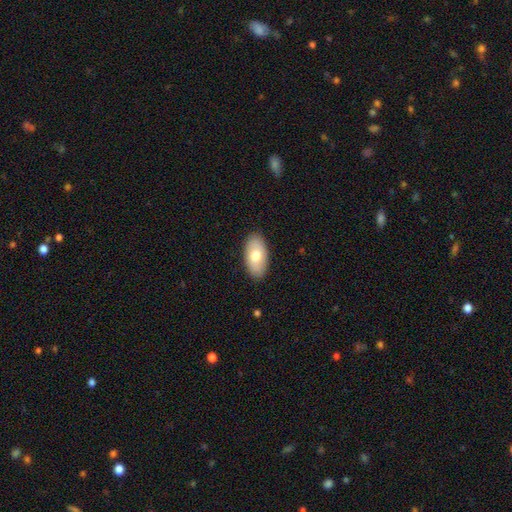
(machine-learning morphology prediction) Smooth or featured?
  - smooth: 72% *
  - featured or disk: 22%
  - star or artifact: 6%
How rounded?
  - in between: 94% *
  - round: 3%
  - cigar-shaped: 3%
Merging?
  - none: 88% *
  - minor disturbance: 9%
  - major disturbance: 2%
  - merger: 1%